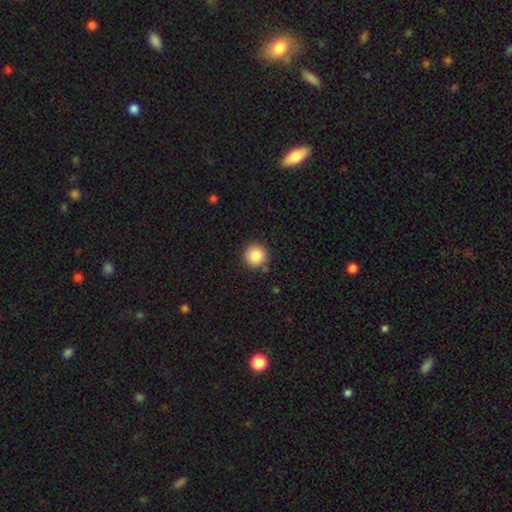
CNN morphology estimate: This is clearly a smooth galaxy (87%). How rounded: clearly round (95%). Merging: clearly none (87%).